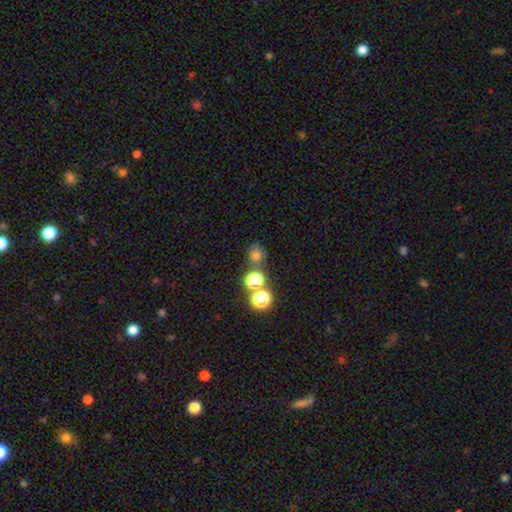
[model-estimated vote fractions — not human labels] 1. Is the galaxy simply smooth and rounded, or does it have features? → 67% smooth, 24% star or artifact, 8% featured or disk.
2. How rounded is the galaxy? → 81% round, 18% in between, 1% cigar-shaped.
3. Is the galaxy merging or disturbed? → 67% none, 17% merger, 11% minor disturbance, 5% major disturbance.